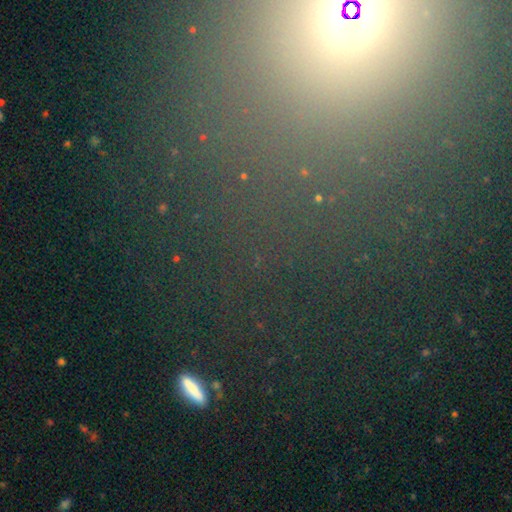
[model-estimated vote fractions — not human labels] Smooth or featured? Predicted: star or artifact (p=0.66).